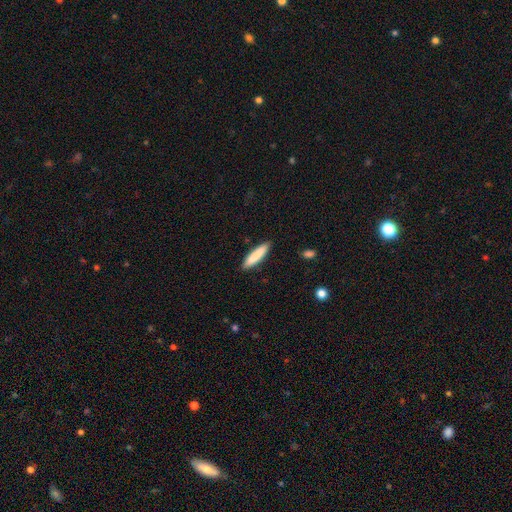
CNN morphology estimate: Smooth or featured? Predicted: smooth (p=0.85). How rounded? Predicted: cigar-shaped (p=0.82). Merging? Predicted: none (p=0.89).